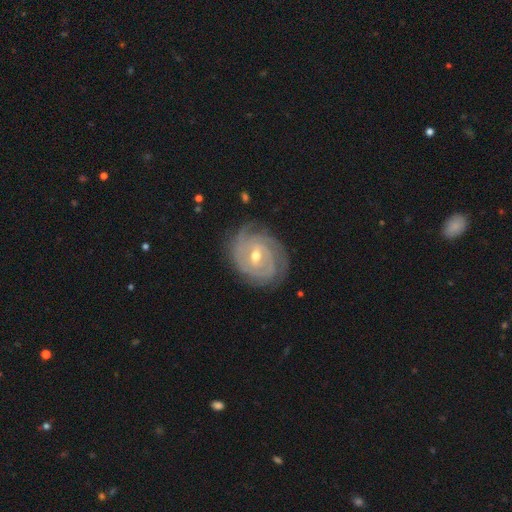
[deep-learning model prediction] Morphology: type=featured or disk (89%); edge-on=no (97%); bar=weak (47%); spiral arms=yes (97%); winding=tight (80%); arm count=3 (30%); bulge=moderate (60%); merging=none (78%).